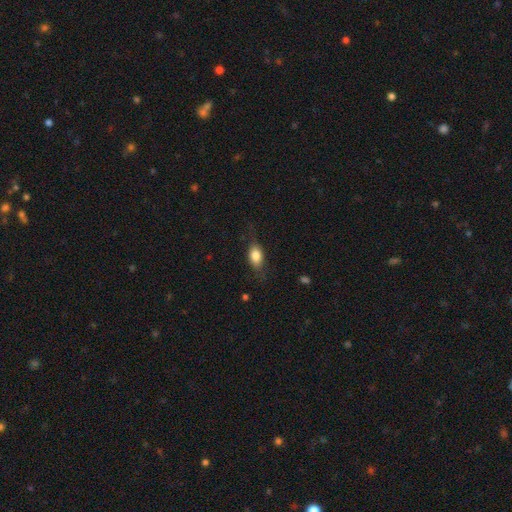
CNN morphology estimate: Smooth or featured?
  - smooth: 79% *
  - featured or disk: 13%
  - star or artifact: 7%
How rounded?
  - in between: 82% *
  - round: 11%
  - cigar-shaped: 7%
Merging?
  - none: 71% *
  - minor disturbance: 20%
  - major disturbance: 7%
  - merger: 1%